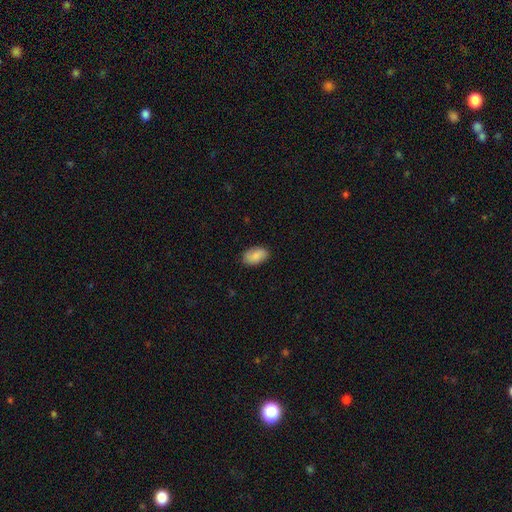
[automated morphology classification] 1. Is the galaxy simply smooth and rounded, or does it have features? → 85% smooth, 9% featured or disk, 7% star or artifact.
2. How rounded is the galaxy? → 92% in between, 6% round, 2% cigar-shaped.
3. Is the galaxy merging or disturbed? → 85% none, 12% minor disturbance, 2% major disturbance, 1% merger.